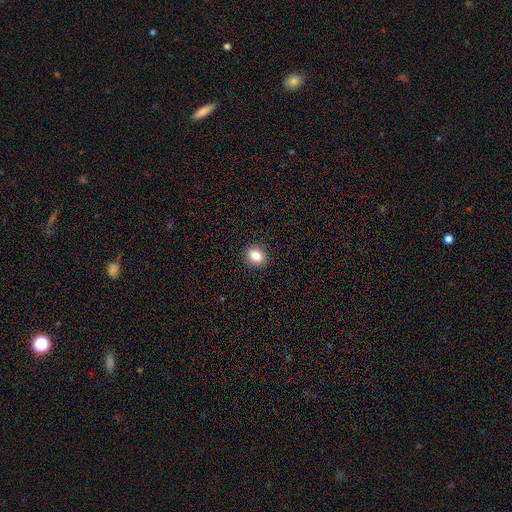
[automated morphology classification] Smooth or featured? smooth (85%)
How rounded? round (68%)
Merging? none (91%)